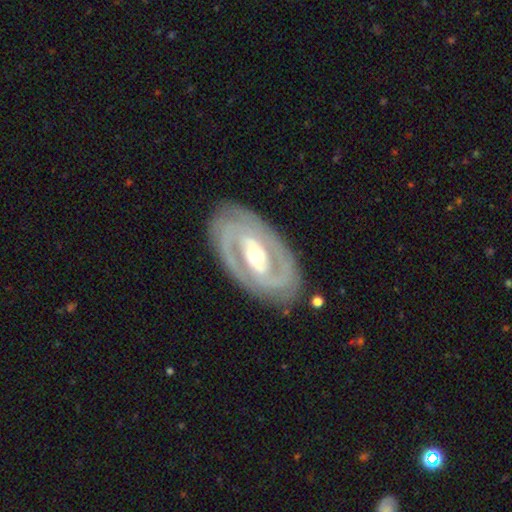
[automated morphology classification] Smooth or featured: featured or disk — 88% (smooth — 8%)
Edge-on disk: no — 94% (yes — 6%)
Bar: strong — 37% (weak — 34%)
Spiral arms: yes — 91% (no — 9%)
Spiral winding: tight — 62% (medium — 30%)
Spiral arm count: 2 — 81% (can't tell — 9%)
Bulge size: moderate — 68% (small — 22%)
Merging: none — 84% (minor disturbance — 11%)